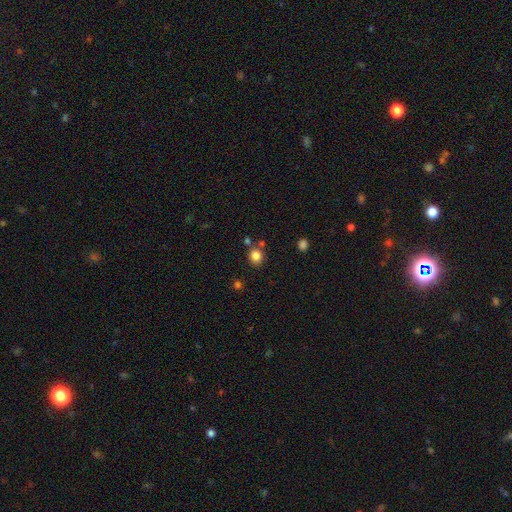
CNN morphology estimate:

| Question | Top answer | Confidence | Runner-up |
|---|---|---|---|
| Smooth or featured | smooth | 83% | star or artifact (12%) |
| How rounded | round | 81% | in between (18%) |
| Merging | none | 76% | merger (11%) |